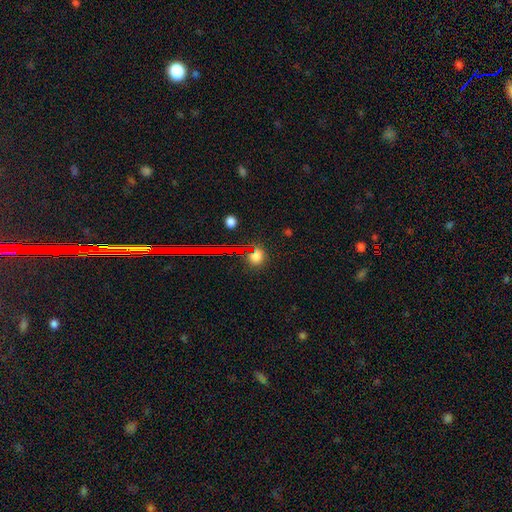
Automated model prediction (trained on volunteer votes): This appears to be a smooth galaxy with no disk features (64%) that is round (78%). Merging: none (83%).